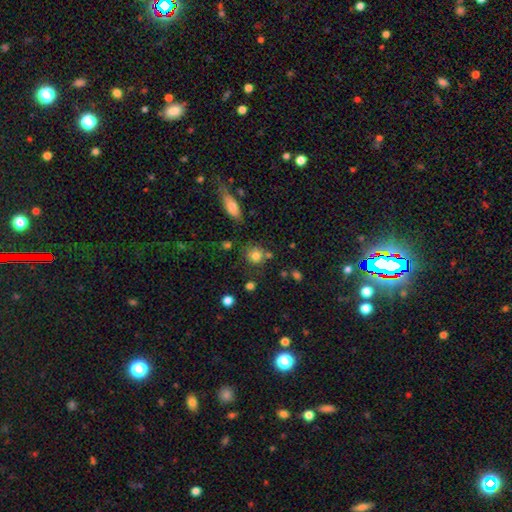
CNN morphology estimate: A smooth galaxy with no disk features (80%) that is round (86%). Merging: none (70%).